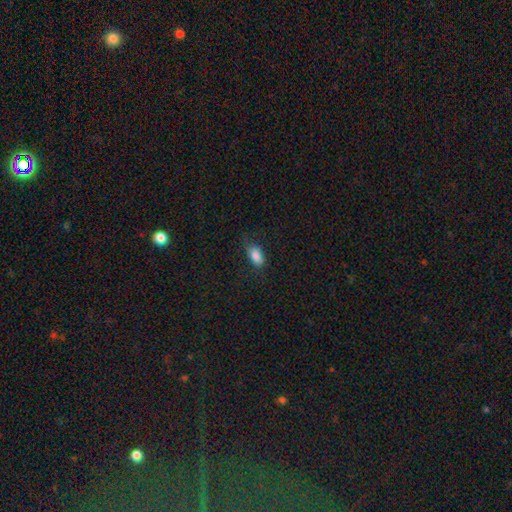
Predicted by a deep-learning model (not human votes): A smooth galaxy with no disk features (84%) that is in between round and cigar-shaped (89%). Merging: none (66%).